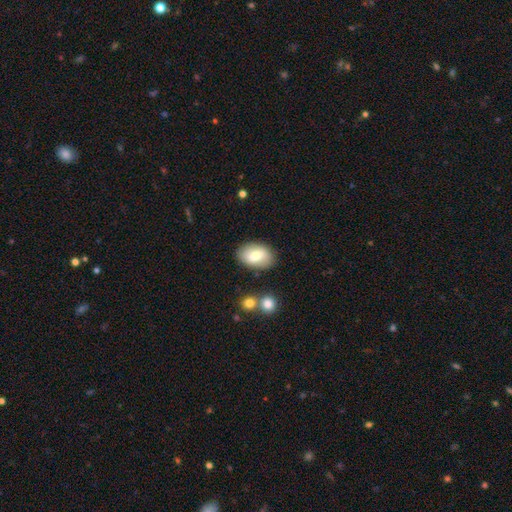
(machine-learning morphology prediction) type=smooth (68%); roundness=in between (89%); merging=none (82%).